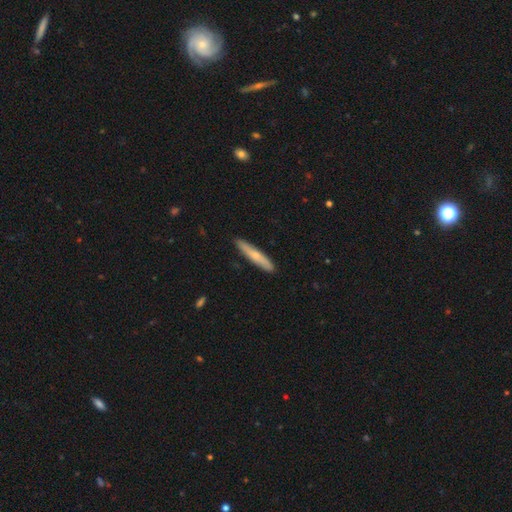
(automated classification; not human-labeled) A smooth galaxy with no disk features (57%) that is cigar-shaped (92%).

Vote fractions:
- Smooth or featured? smooth: 57% / featured or disk: 38% / star or artifact: 6%
- How rounded? cigar-shaped: 92% / in between: 6% / round: 1%
- Merging? none: 89% / minor disturbance: 9% / major disturbance: 1% / merger: 1%